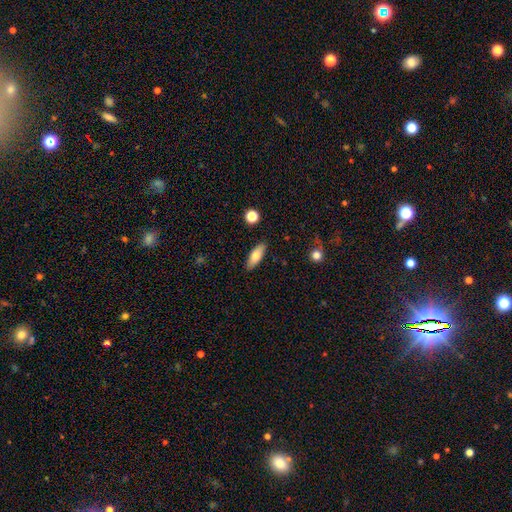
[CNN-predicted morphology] Overall: smooth (72%). How rounded: in between (69%). Merging: none (87%).